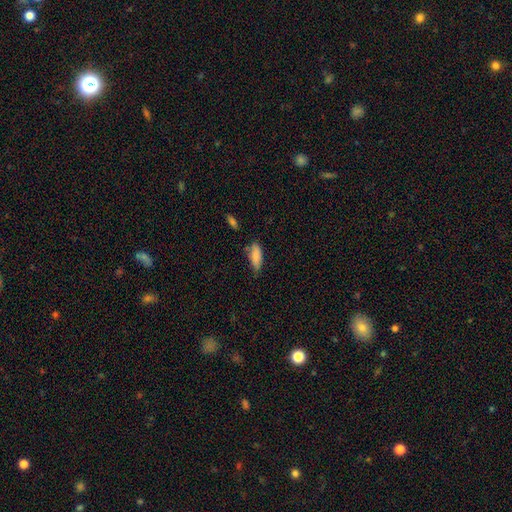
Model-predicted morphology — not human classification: type=smooth (85%); roundness=in between (75%); merging=none (59%).